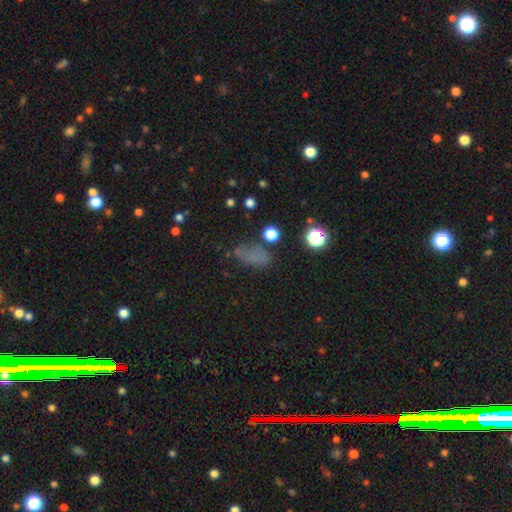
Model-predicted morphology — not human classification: This is likely a smooth galaxy (61%). How rounded: likely in between (80%). Merging: possibly none (55%).